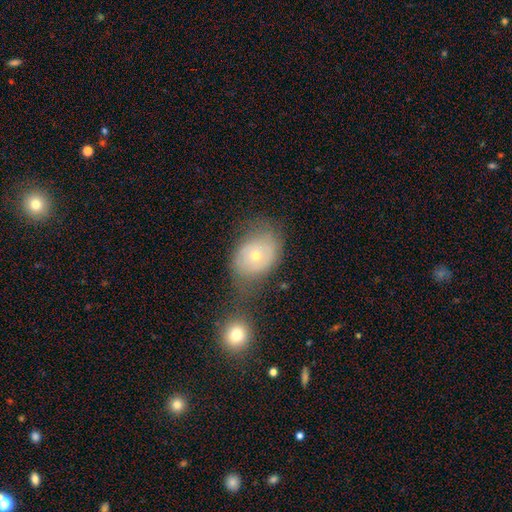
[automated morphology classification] Overall: smooth (46%; featured or disk 44%). Merging: none (43%; minor disturbance 22%).